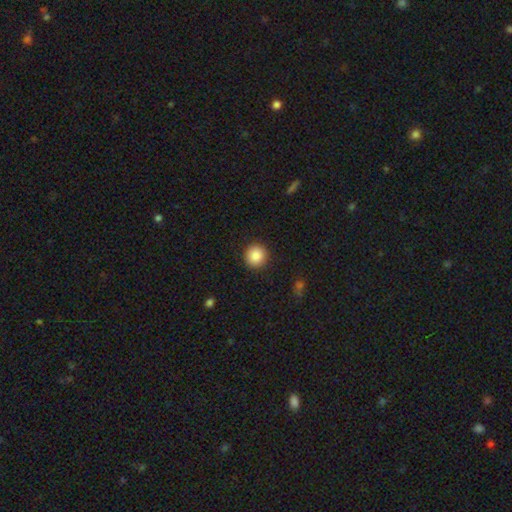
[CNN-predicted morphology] A smooth galaxy with no disk features (88%) that is round (93%).

Vote fractions:
- Smooth or featured? smooth: 88% / star or artifact: 8% / featured or disk: 4%
- How rounded? round: 93% / in between: 6% / cigar-shaped: 1%
- Merging? none: 91% / minor disturbance: 6% / major disturbance: 2% / merger: 1%